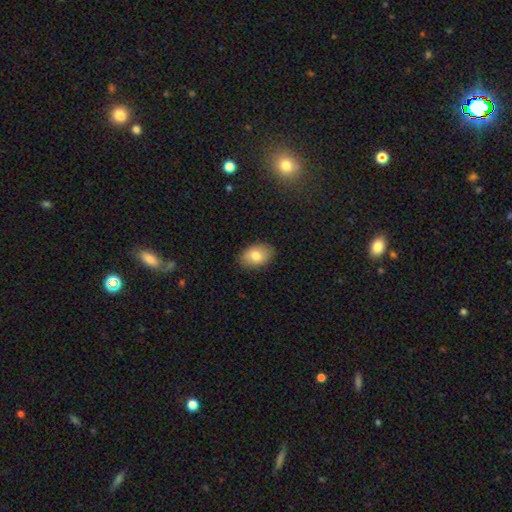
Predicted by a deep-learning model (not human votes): A smooth galaxy with no disk features (80%) that is in between round and cigar-shaped (86%).

Vote fractions:
- Smooth or featured? smooth: 80% / featured or disk: 13% / star or artifact: 8%
- How rounded? in between: 86% / round: 13% / cigar-shaped: 1%
- Merging? none: 86% / minor disturbance: 11% / major disturbance: 2% / merger: 1%